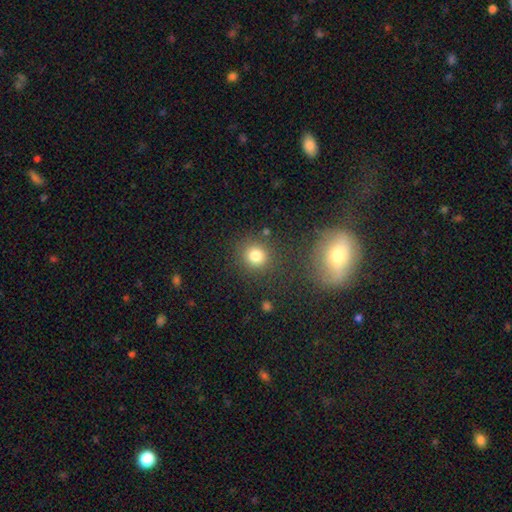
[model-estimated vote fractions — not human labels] A smooth galaxy with no disk features (80%) that is round (88%). Merging: none (83%).